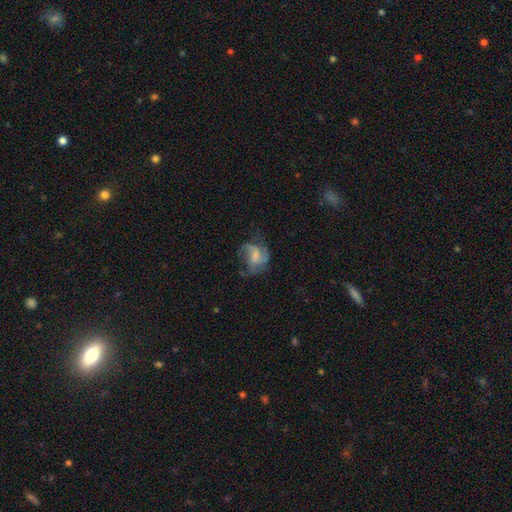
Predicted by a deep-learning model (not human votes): The model was most divided on "spiral arm count": 2: 32%, 3: 31%, can't tell: 19%, 1: 8%, 4: 6%, more than 4: 4%. Remaining: edge-on disk — no (98%); spiral arms — yes (82%); smooth or featured — featured or disk (63%); bar — no (51%); merging — none (44%); spiral winding — loose (44%); bulge size — none (38%).